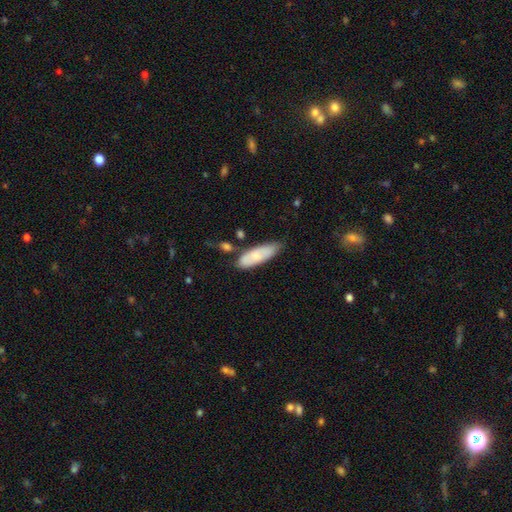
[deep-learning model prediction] Smooth or featured? smooth (71%)
How rounded? in between (59%)
Merging? none (62%)